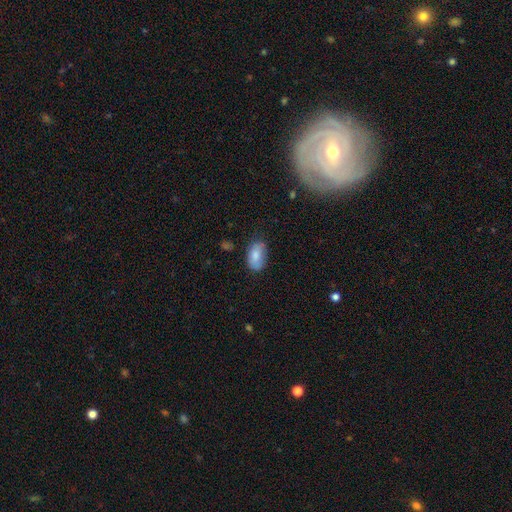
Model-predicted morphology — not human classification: A smooth galaxy with no disk features (81%) that is in between round and cigar-shaped (91%).

Vote fractions:
- Smooth or featured? smooth: 81% / featured or disk: 12% / star or artifact: 7%
- How rounded? in between: 91% / round: 8% / cigar-shaped: 2%
- Merging? none: 64% / minor disturbance: 27% / major disturbance: 6% / merger: 2%